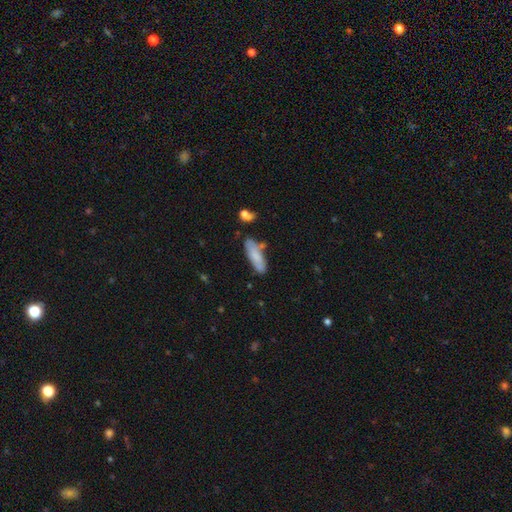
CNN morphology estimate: Overall: smooth (76%). How rounded: cigar-shaped (50%; in between 48%). Merging: none (68%).